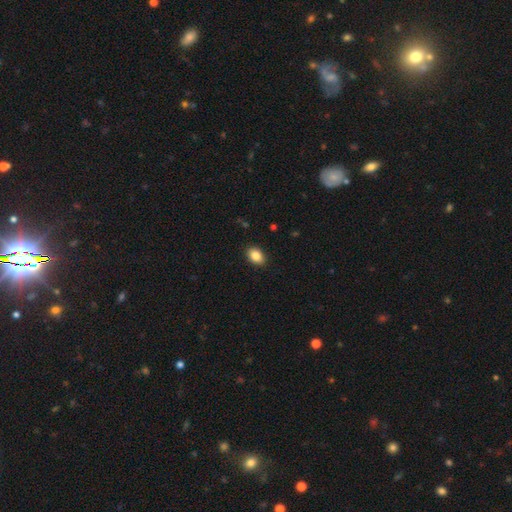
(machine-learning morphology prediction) type=smooth (87%); roundness=in between (80%); merging=none (89%).